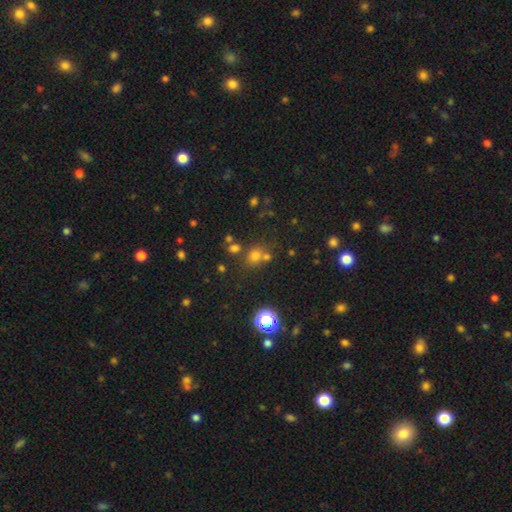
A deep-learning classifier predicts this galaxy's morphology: Smooth or featured?
  - smooth: 58% *
  - star or artifact: 33%
  - featured or disk: 9%
How rounded?
  - round: 78% *
  - in between: 21%
  - cigar-shaped: 1%
Merging?
  - none: 62% *
  - merger: 24%
  - minor disturbance: 10%
  - major disturbance: 5%